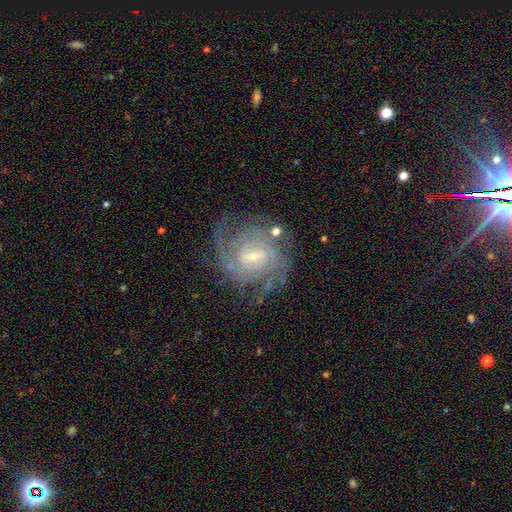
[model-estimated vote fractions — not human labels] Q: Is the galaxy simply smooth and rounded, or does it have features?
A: featured or disk — 87%.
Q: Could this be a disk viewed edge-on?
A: no — 97%.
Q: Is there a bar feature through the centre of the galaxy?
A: weak — 56%.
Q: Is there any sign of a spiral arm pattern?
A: yes — 97%.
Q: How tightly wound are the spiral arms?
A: tight — 53%.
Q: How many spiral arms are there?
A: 2 — 38%.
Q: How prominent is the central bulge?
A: small — 56%.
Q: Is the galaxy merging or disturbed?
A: none — 73%.